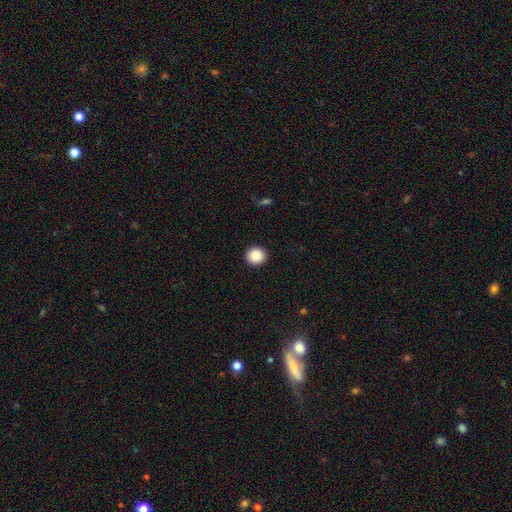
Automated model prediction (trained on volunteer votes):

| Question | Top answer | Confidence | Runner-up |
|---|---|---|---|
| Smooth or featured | smooth | 85% | star or artifact (9%) |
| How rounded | round | 92% | in between (7%) |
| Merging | none | 93% | minor disturbance (4%) |